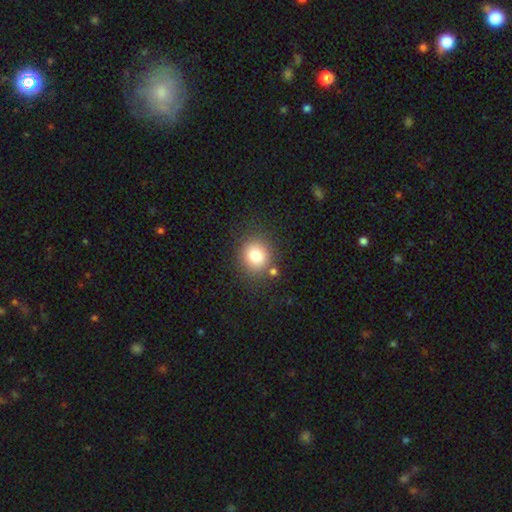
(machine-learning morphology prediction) A smooth galaxy with no disk features (79%) that is round (79%).

Vote fractions:
- Smooth or featured? smooth: 79% / star or artifact: 12% / featured or disk: 9%
- How rounded? round: 79% / in between: 20% / cigar-shaped: 1%
- Merging? none: 79% / minor disturbance: 10% / merger: 7% / major disturbance: 4%